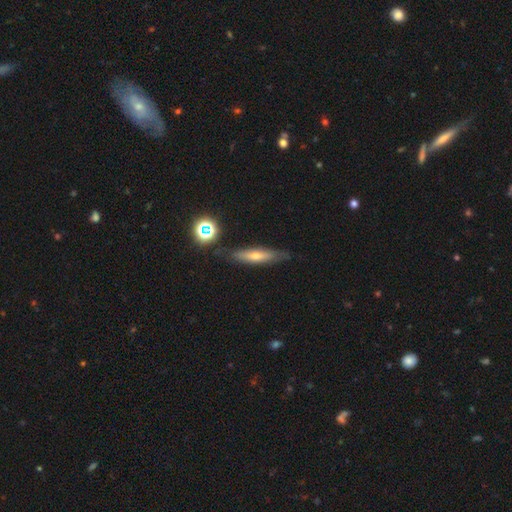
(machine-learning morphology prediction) Smooth or featured? featured or disk (46%)
Merging? none (81%)